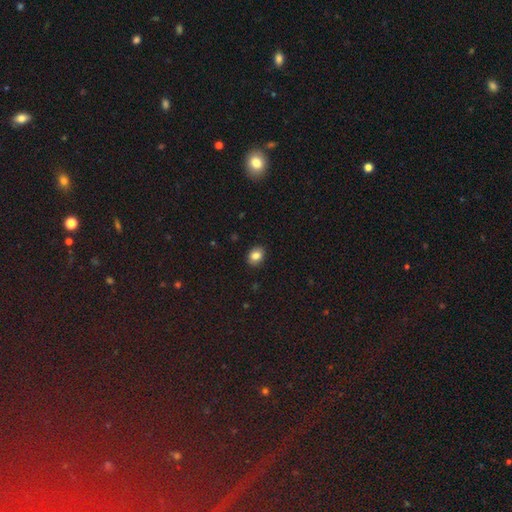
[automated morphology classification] This appears to be a smooth galaxy with no disk features (84%) that is in between round and cigar-shaped (56%). Merging: none (87%).